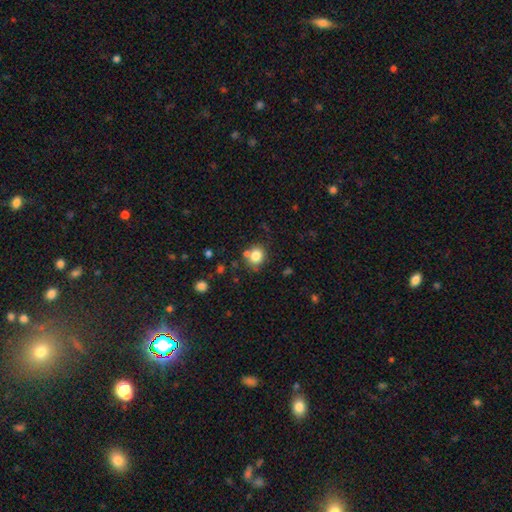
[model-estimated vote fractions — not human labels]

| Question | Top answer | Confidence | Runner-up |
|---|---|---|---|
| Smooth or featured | smooth | 81% | star or artifact (11%) |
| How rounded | round | 75% | in between (25%) |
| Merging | none | 67% | merger (16%) |